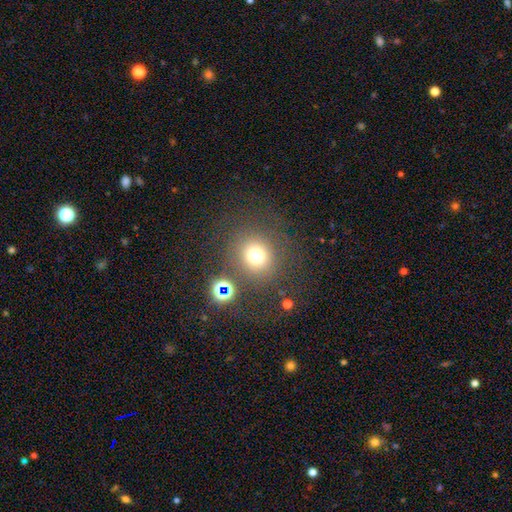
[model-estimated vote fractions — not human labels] smooth_or_featured: smooth (p=0.71) [alt: star or artifact p=0.19]
how_rounded: round (p=0.89) [alt: in between p=0.10]
merging: none (p=0.78) [alt: minor disturbance p=0.09]